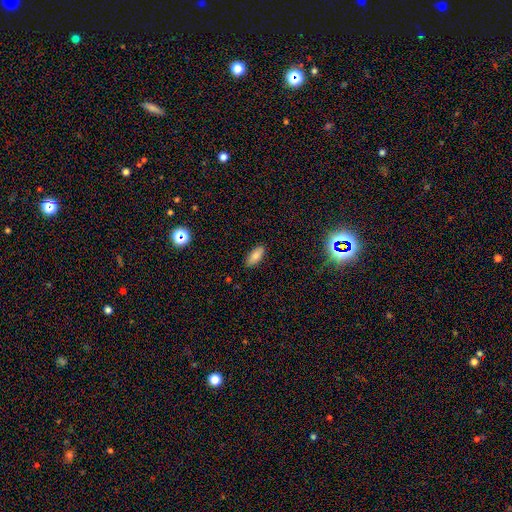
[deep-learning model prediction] Smooth or featured? smooth (81%)
How rounded? in between (84%)
Merging? none (88%)